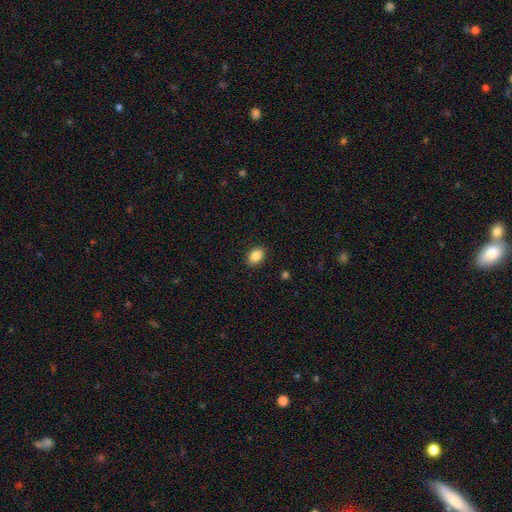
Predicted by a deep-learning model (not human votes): A smooth galaxy with no disk features (87%) that is in between round and cigar-shaped (85%). Merging: none (89%).